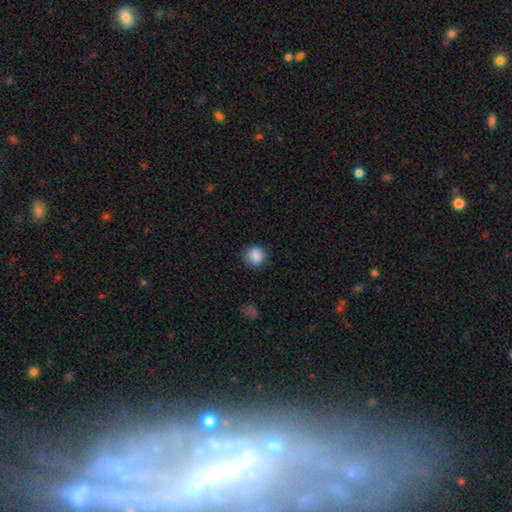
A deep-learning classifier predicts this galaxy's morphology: A smooth galaxy with no disk features (87%) that is round (88%).

Vote fractions:
- Smooth or featured? smooth: 87% / star or artifact: 9% / featured or disk: 4%
- How rounded? round: 88% / in between: 11% / cigar-shaped: 1%
- Merging? none: 84% / minor disturbance: 12% / major disturbance: 3% / merger: 1%